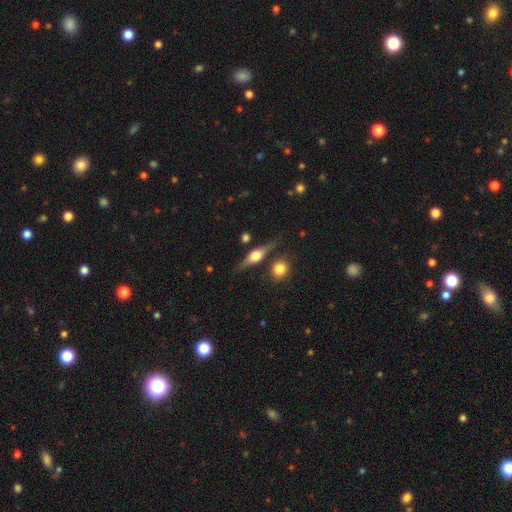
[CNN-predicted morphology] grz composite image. It shows a featured or disk galaxy (75%) viewed edge-on (96%) with a rounded central bulge (92%). Merging: none (80%).